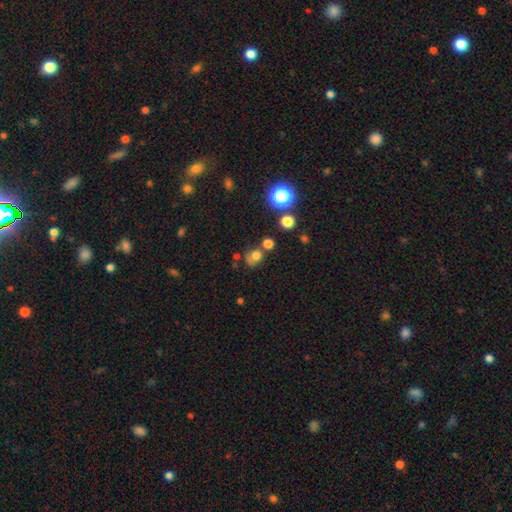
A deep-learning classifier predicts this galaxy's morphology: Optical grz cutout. It shows a smooth galaxy with no disk features (71%) that is round (64%). Merging: none (51%).